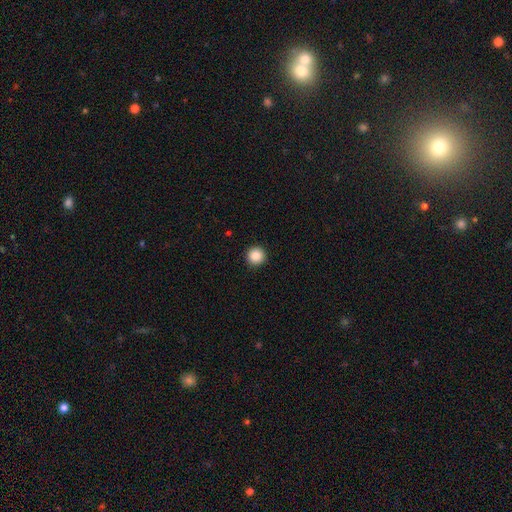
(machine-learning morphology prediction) type=smooth (87%); roundness=round (96%); merging=none (94%).